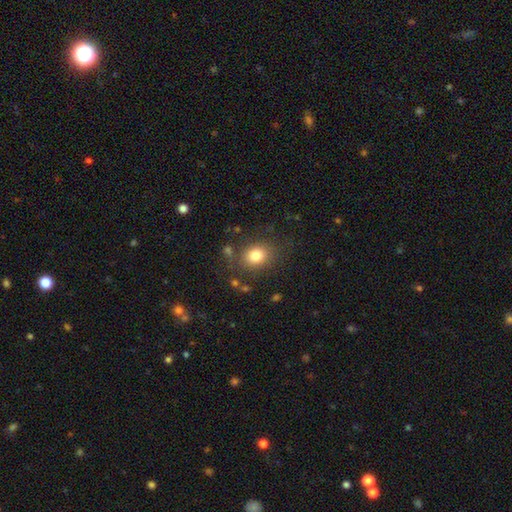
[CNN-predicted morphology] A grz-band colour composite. It shows a smooth galaxy with no disk features (81%) that is round (55%). Merging: none (80%).